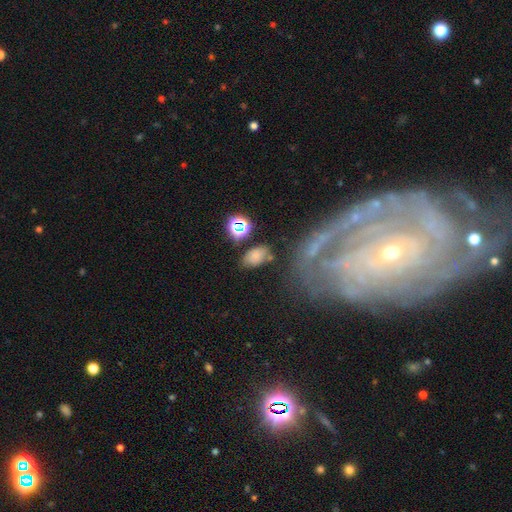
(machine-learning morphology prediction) A smooth galaxy with no disk features (65%) that is in between round and cigar-shaped (87%). Merging: none (66%).